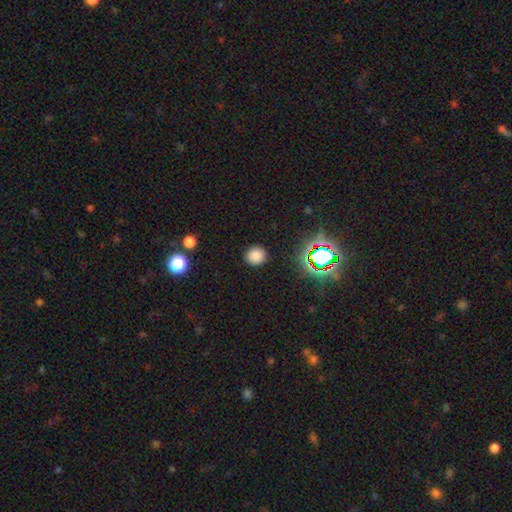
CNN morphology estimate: This appears to be a smooth galaxy with no disk features (79%) that is round (86%). Merging: none (89%).